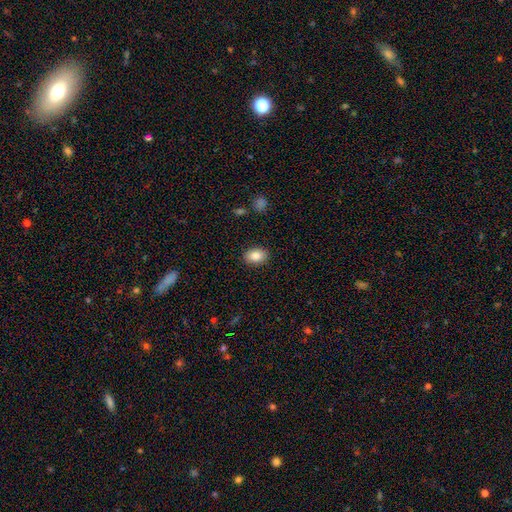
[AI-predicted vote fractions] Smooth or featured: smooth — 86% (star or artifact — 8%)
How rounded: in between — 80% (round — 19%)
Merging: none — 89% (minor disturbance — 8%)